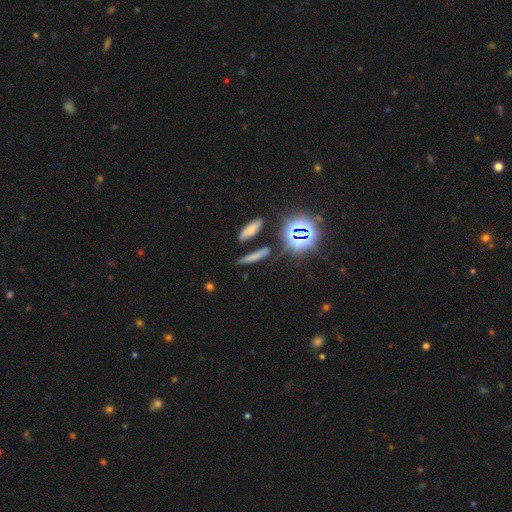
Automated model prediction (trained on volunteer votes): A smooth galaxy with no disk features (56%) that is cigar-shaped (72%).

Vote fractions:
- Smooth or featured? smooth: 56% / star or artifact: 28% / featured or disk: 16%
- How rounded? cigar-shaped: 72% / in between: 19% / round: 10%
- Merging? none: 69% / minor disturbance: 14% / merger: 12% / major disturbance: 6%